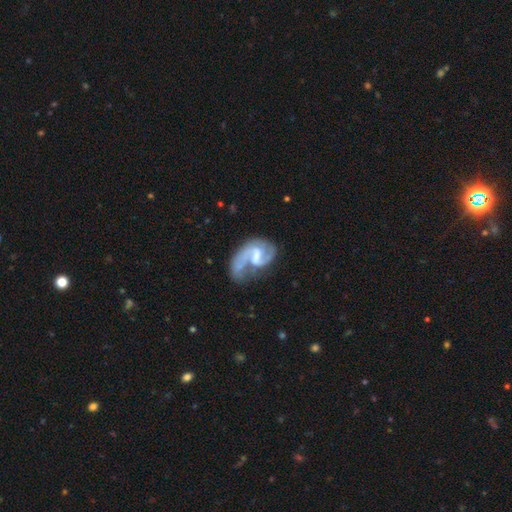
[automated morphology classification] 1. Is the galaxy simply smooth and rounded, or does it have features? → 83% featured or disk, 12% smooth, 5% star or artifact.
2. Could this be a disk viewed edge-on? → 98% no, 2% yes.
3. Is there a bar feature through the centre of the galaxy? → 55% weak, 24% strong, 21% no.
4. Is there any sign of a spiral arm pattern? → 93% yes, 7% no.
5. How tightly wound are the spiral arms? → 48% medium, 36% loose, 17% tight.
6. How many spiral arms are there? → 70% 2, 19% 1, 6% can't tell, 2% 3, 1% 4, 1% more than 4.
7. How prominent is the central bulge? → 33% none, 30% moderate, 29% small, 8% large, 1% dominant.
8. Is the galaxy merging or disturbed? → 37% none, 31% major disturbance, 23% minor disturbance, 9% merger.